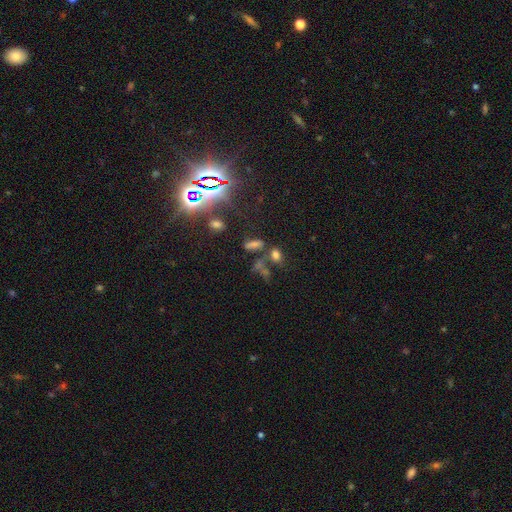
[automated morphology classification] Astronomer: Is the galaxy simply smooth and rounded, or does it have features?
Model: star or artifact — 74%.